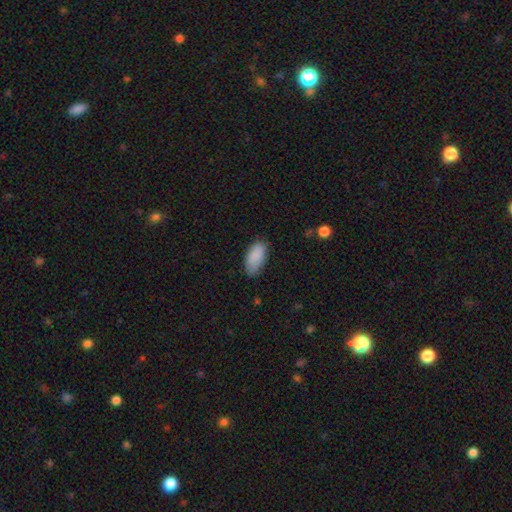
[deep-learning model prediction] smooth 88%, star or artifact 7%, featured or disk 5%. Down the decision tree: how rounded — in between (92%); merging — none (75%).